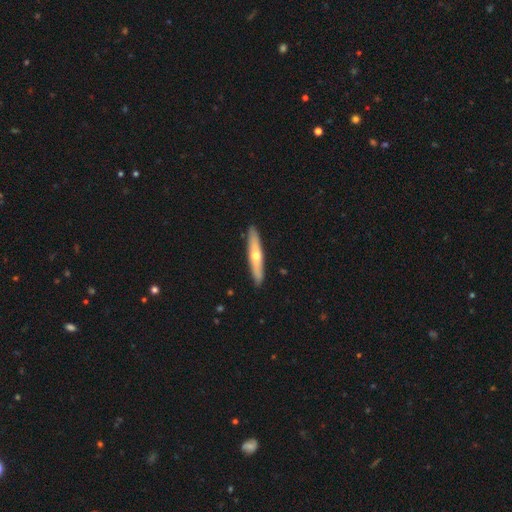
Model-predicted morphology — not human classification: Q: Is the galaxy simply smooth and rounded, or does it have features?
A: featured or disk — 52%.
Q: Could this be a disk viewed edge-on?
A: yes — 89%.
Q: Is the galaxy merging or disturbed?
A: none — 92%.